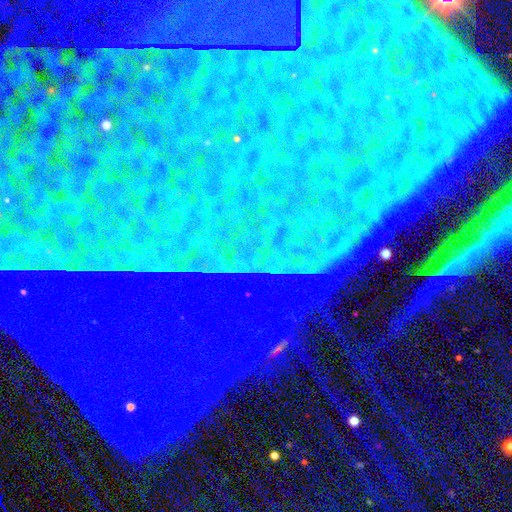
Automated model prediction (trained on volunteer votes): This is clearly a star or artifact rather than a galaxy (87%).